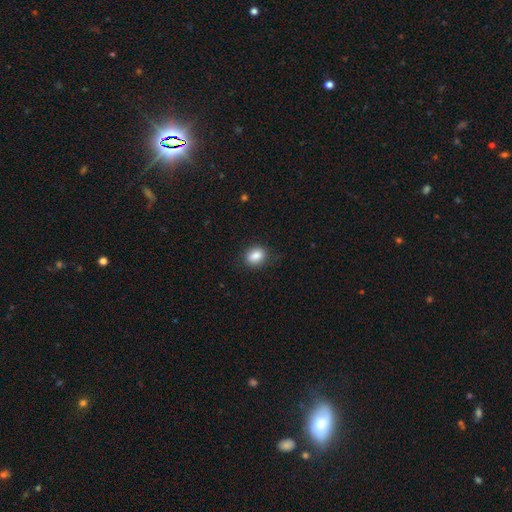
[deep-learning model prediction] smooth 86%, star or artifact 9%, featured or disk 5%. Down the decision tree: how rounded — in between (56%); merging — none (84%).